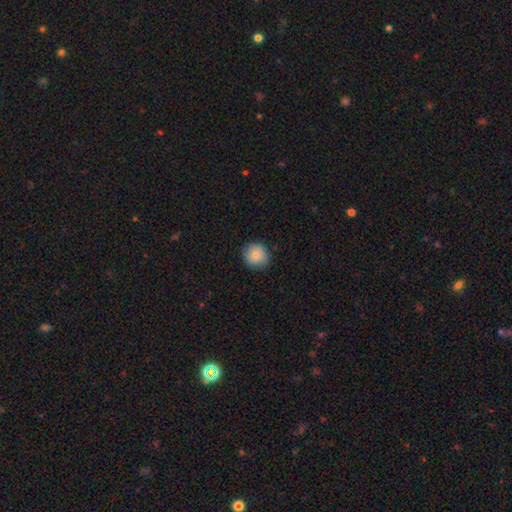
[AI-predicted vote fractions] This appears to be a smooth galaxy with no disk features (86%) that is round (90%). Merging: none (85%).